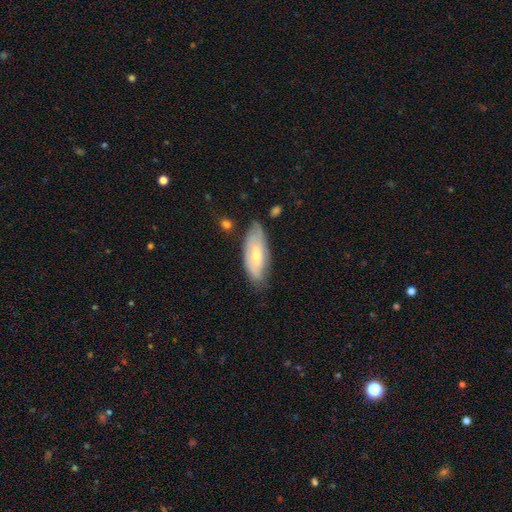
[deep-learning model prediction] A smooth galaxy with no disk features (54%) that is in between round and cigar-shaped (78%).

Vote fractions:
- Smooth or featured? smooth: 54% / featured or disk: 40% / star or artifact: 7%
- How rounded? in between: 78% / cigar-shaped: 20% / round: 2%
- Merging? none: 67% / minor disturbance: 26% / major disturbance: 5% / merger: 2%